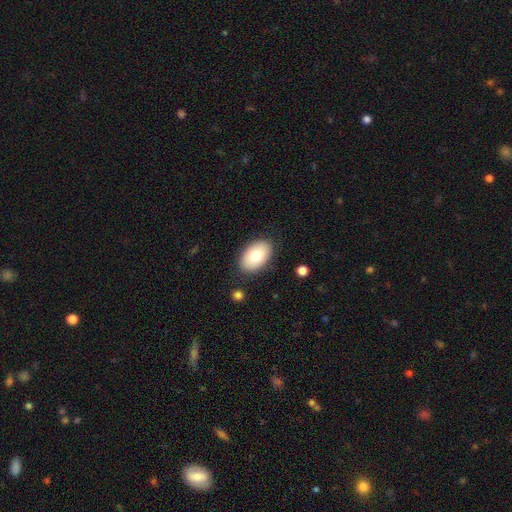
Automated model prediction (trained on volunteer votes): smooth 77%, featured or disk 16%, star or artifact 7%. Down the decision tree: how rounded — in between (91%); merging — none (86%).